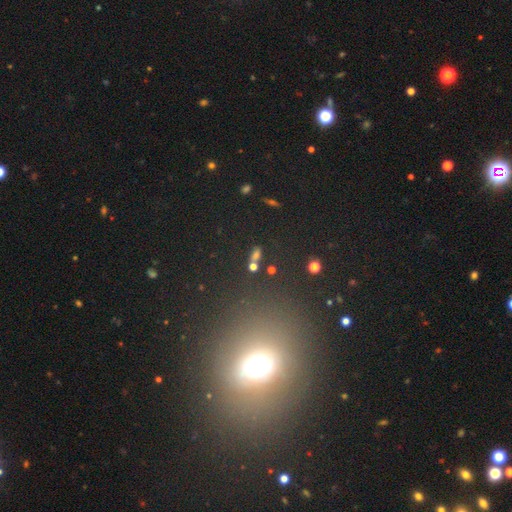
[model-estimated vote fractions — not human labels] smooth-or-featured: smooth: 44% | star or artifact: 41% | featured or disk: 15%
  merging: none: 73% | minor disturbance: 11% | merger: 10% | major disturbance: 6%